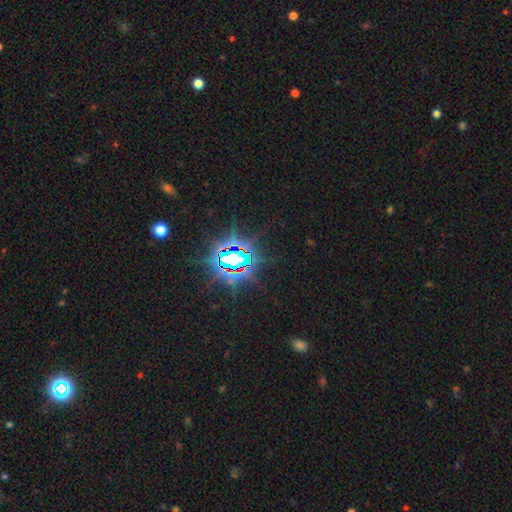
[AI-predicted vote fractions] Smooth or featured?
  - star or artifact: 85% *
  - smooth: 9%
  - featured or disk: 6%